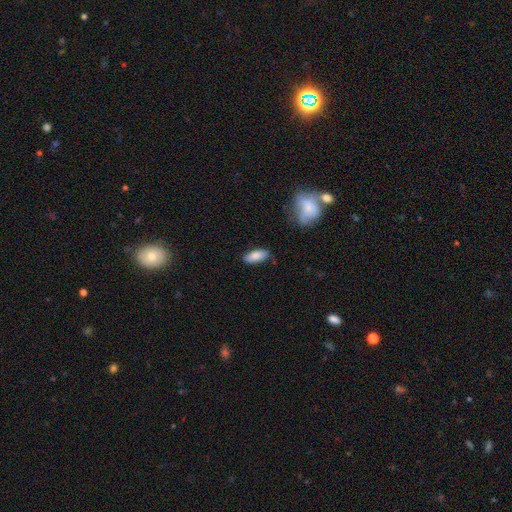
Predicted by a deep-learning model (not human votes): Q: Smooth or featured?
A: smooth (84%); runner-up: featured or disk (9%)
Q: How rounded?
A: in between (82%); runner-up: cigar-shaped (16%)
Q: Merging?
A: none (79%); runner-up: minor disturbance (16%)